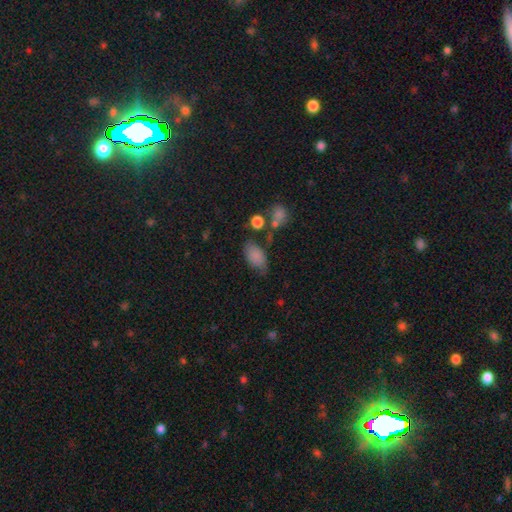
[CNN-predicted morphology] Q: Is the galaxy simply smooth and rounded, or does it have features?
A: smooth — 81%.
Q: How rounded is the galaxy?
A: in between — 92%.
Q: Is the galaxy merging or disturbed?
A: none — 60%.